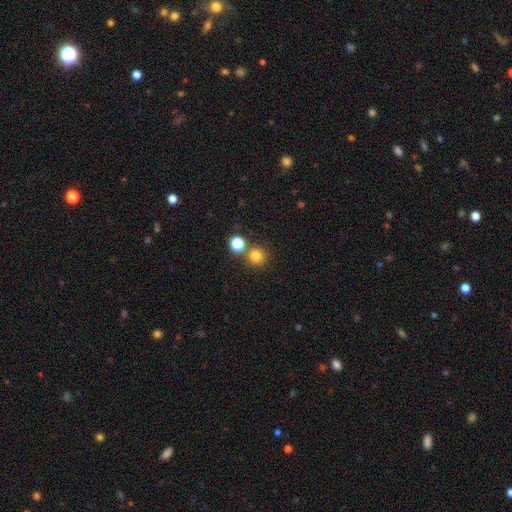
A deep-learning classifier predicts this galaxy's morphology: smooth-or-featured: smooth: 79% | star or artifact: 15% | featured or disk: 6%
  how-rounded: round: 93% | in between: 6% | cigar-shaped: 1%
  merging: none: 76% | merger: 15% | minor disturbance: 7% | major disturbance: 3%